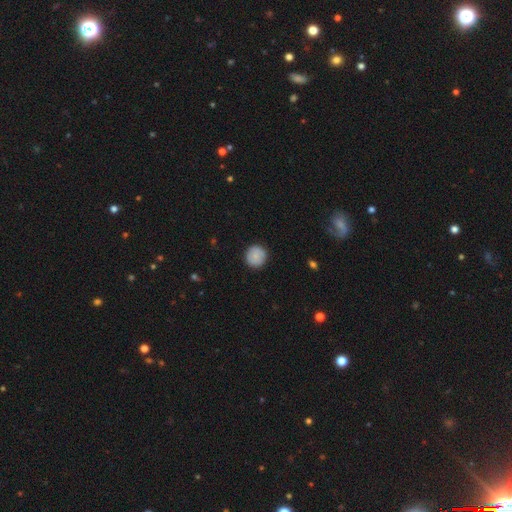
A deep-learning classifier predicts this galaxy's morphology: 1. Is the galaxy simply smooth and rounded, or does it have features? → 83% smooth, 11% featured or disk, 7% star or artifact.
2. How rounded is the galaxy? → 94% round, 5% in between, 1% cigar-shaped.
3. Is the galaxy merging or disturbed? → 90% none, 7% minor disturbance, 2% major disturbance, 1% merger.